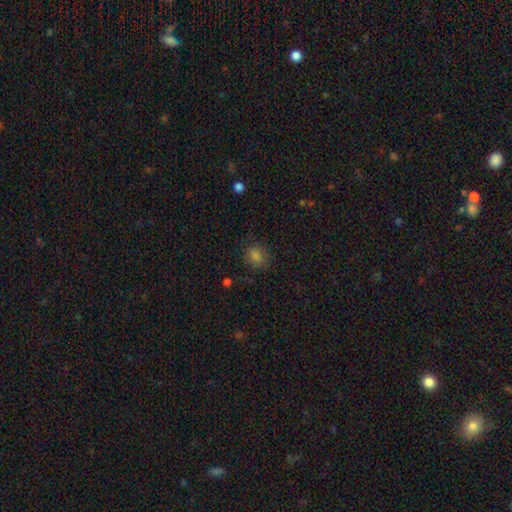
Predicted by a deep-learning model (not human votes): Overall: smooth (72%). How rounded: round (57%; in between 41%). Merging: none (79%).